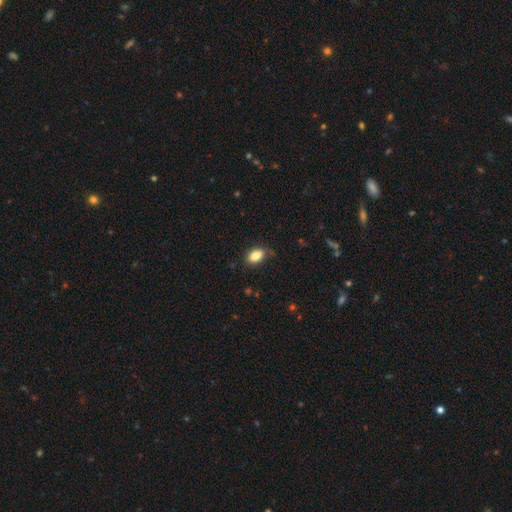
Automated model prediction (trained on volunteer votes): Overall: smooth (84%). How rounded: in between (89%). Merging: none (75%).